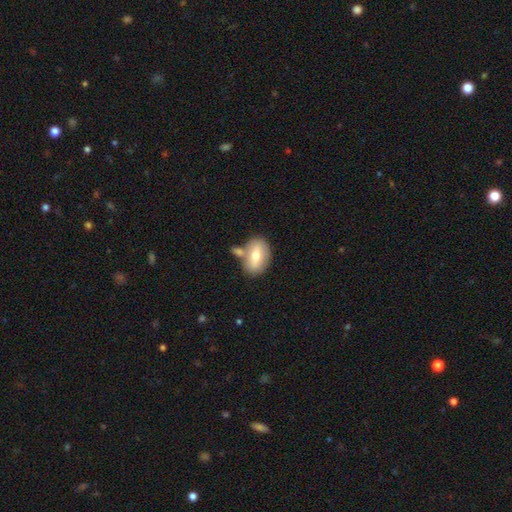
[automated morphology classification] Smooth or featured? Predicted: smooth (p=0.64). How rounded? Predicted: in between (p=0.83). Merging? Predicted: none (p=0.55).